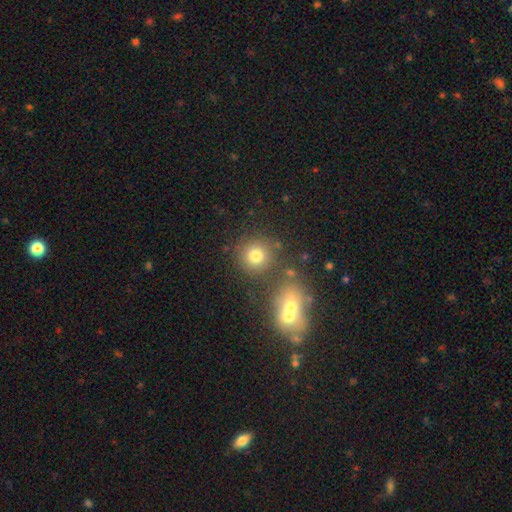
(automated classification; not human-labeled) Smooth or featured? Predicted: smooth (p=0.76). How rounded? Predicted: round (p=0.89). Merging? Predicted: none (p=0.71).